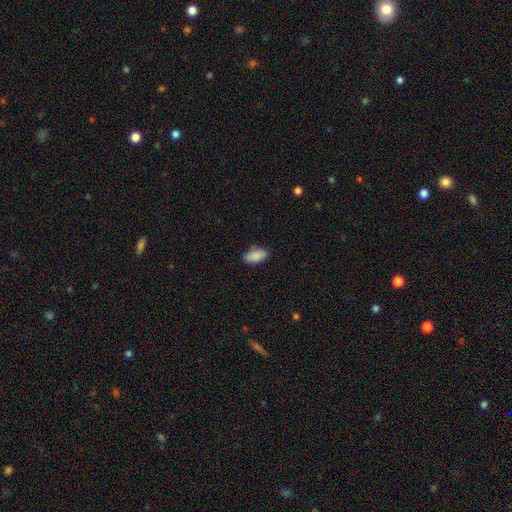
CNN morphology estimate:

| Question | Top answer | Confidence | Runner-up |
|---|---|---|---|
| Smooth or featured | smooth | 89% | star or artifact (7%) |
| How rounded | in between | 92% | cigar-shaped (5%) |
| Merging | none | 84% | minor disturbance (12%) |